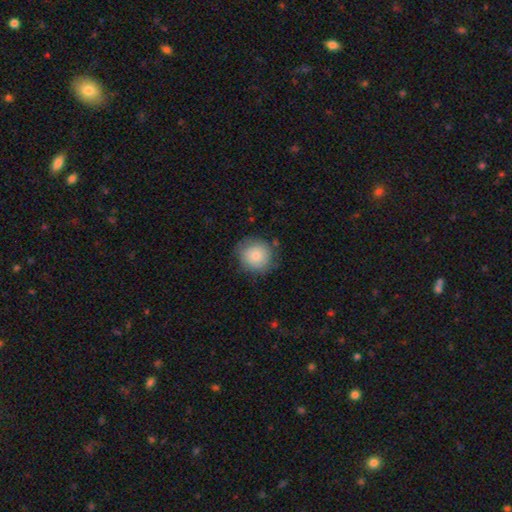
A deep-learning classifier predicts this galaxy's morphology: Smooth or featured?
  - smooth: 80% *
  - featured or disk: 12%
  - star or artifact: 7%
How rounded?
  - round: 90% *
  - in between: 9%
  - cigar-shaped: 1%
Merging?
  - none: 77% *
  - minor disturbance: 17%
  - major disturbance: 5%
  - merger: 1%